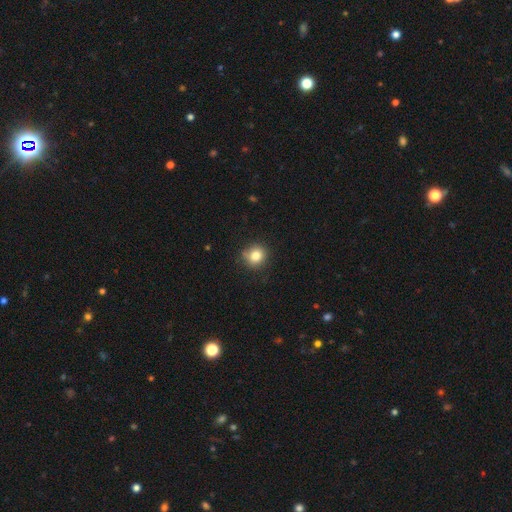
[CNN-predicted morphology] smooth_or_featured: smooth (p=0.81) [alt: star or artifact p=0.12]
how_rounded: round (p=0.87) [alt: in between p=0.12]
merging: none (p=0.79) [alt: minor disturbance p=0.15]